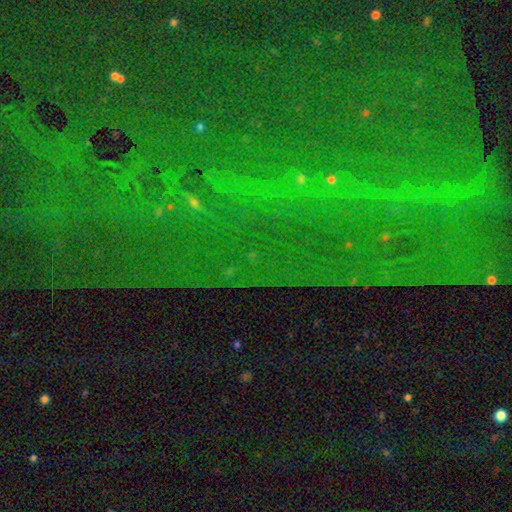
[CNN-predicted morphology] Smooth or featured? star or artifact (84%)